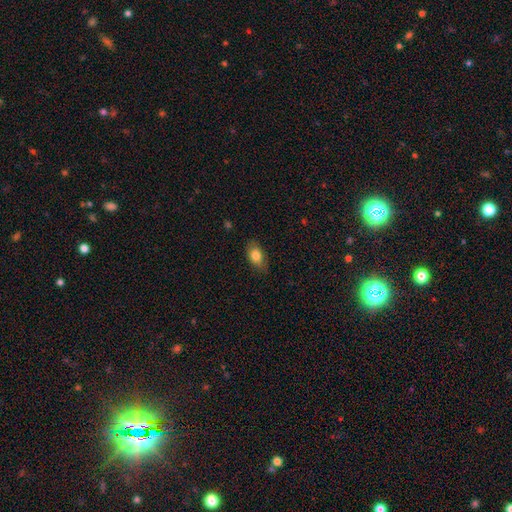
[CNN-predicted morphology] A smooth galaxy with no disk features (80%) that is in between round and cigar-shaped (89%). Merging: none (82%).